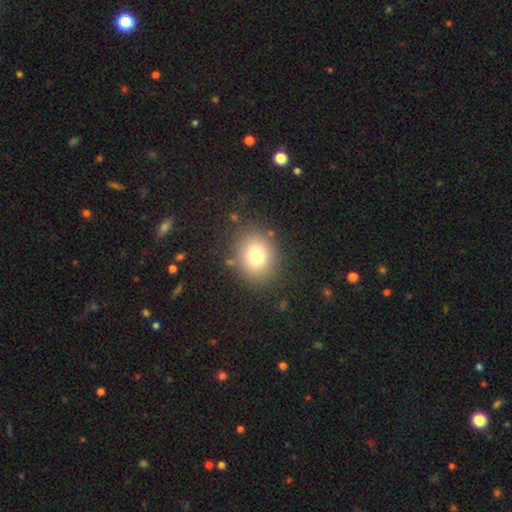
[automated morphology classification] smooth_or_featured: smooth (p=0.76) [alt: star or artifact p=0.13]
how_rounded: round (p=0.67) [alt: in between p=0.32]
merging: none (p=0.84) [alt: minor disturbance p=0.10]